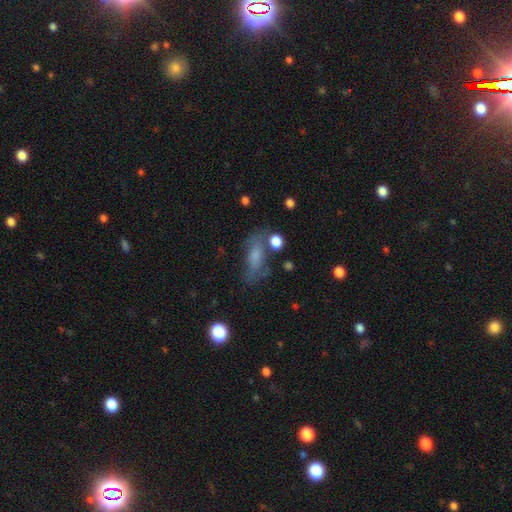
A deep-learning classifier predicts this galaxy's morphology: Smooth or featured? smooth (56%)
How rounded? in between (69%)
Merging? none (53%)